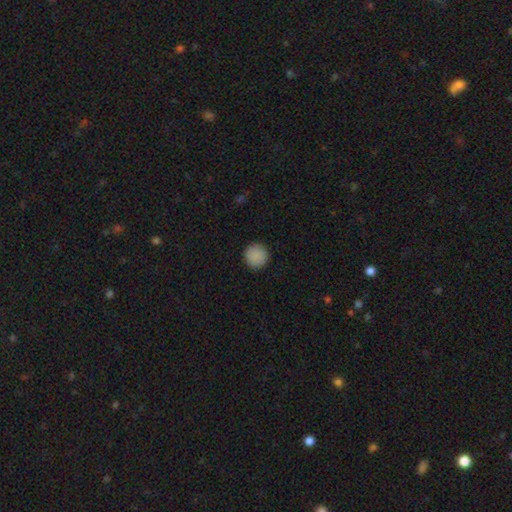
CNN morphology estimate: Overall: smooth (89%). How rounded: round (95%). Merging: none (92%).